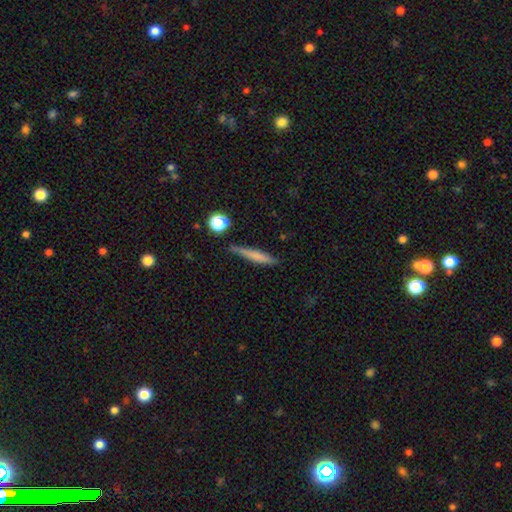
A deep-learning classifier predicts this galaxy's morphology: A smooth galaxy with no disk features (69%) that is cigar-shaped (92%). Merging: none (81%).